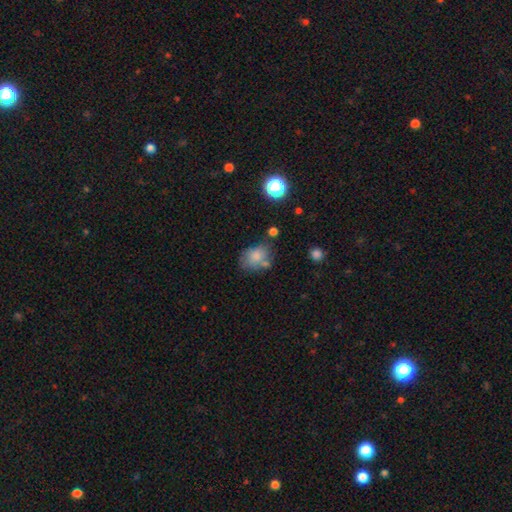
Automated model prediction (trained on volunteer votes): Q: Smooth or featured?
A: smooth (77%); runner-up: featured or disk (12%)
Q: How rounded?
A: in between (69%); runner-up: round (30%)
Q: Merging?
A: none (52%); runner-up: minor disturbance (24%)